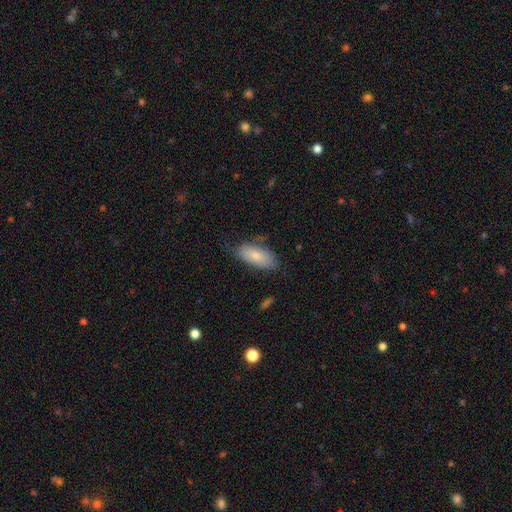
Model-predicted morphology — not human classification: A smooth galaxy with no disk features (78%) that is in between round and cigar-shaped (89%). Merging: none (63%).